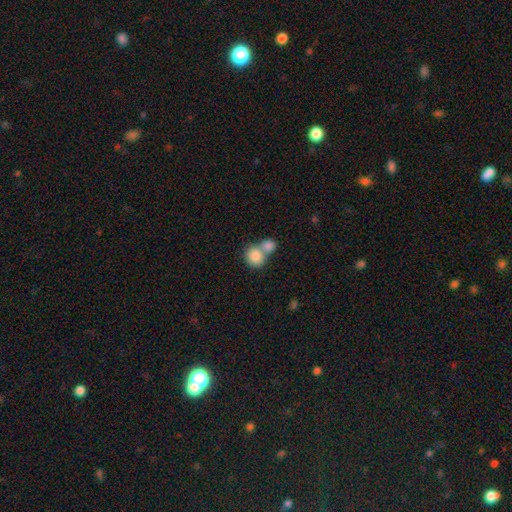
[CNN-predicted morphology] Smooth or featured? smooth (84%)
How rounded? round (76%)
Merging? merger (59%)